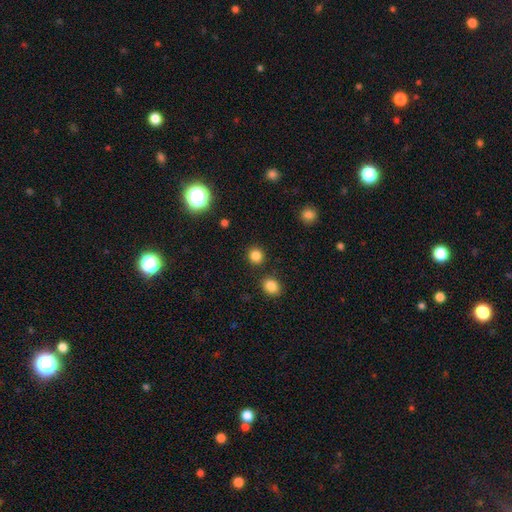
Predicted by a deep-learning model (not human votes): This appears to be a smooth galaxy with no disk features (84%) that is round (90%). Merging: none (87%).